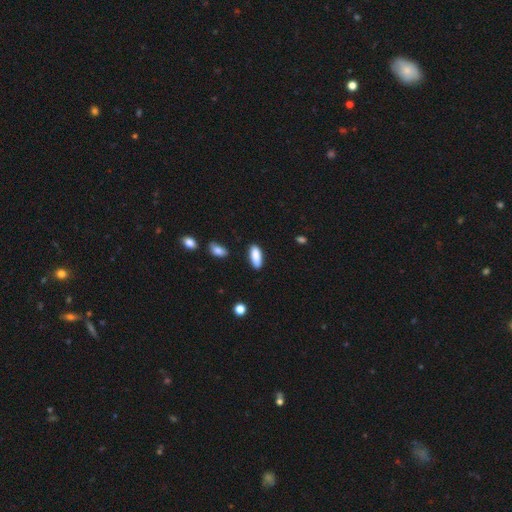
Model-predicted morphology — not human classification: This appears to be a smooth galaxy with no disk features (88%) that is in between round and cigar-shaped (70%). Merging: none (83%).